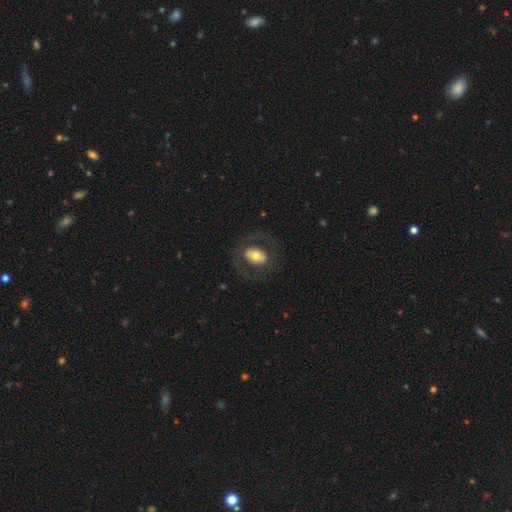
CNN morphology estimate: A smooth galaxy with no disk features (56%) that is in between round and cigar-shaped (73%). Merging: none (74%).